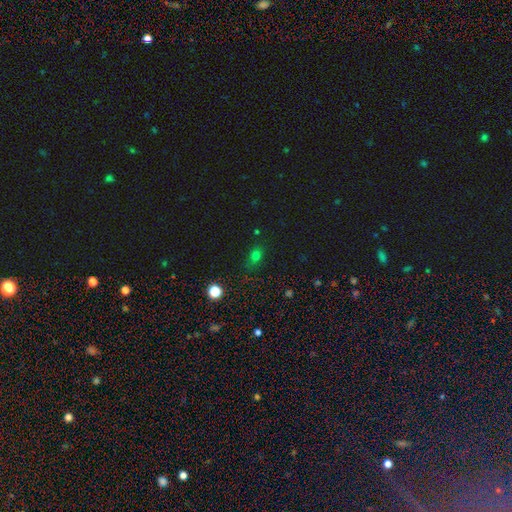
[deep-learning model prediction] This appears to be a smooth galaxy with no disk features (69%) that is in between round and cigar-shaped (49%). Merging: none (76%).